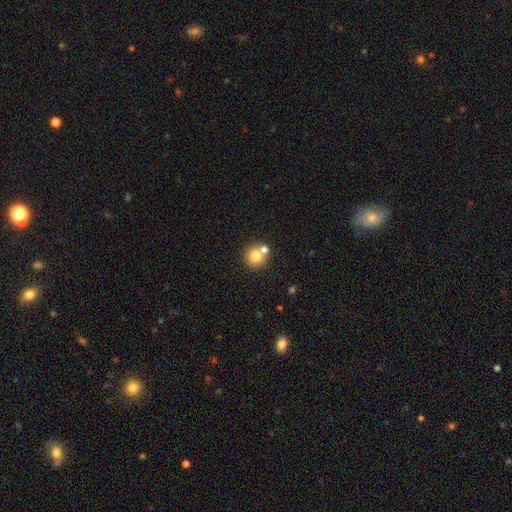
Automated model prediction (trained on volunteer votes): This appears to be a smooth galaxy with no disk features (76%) that is round (91%). Merging: none (62%).